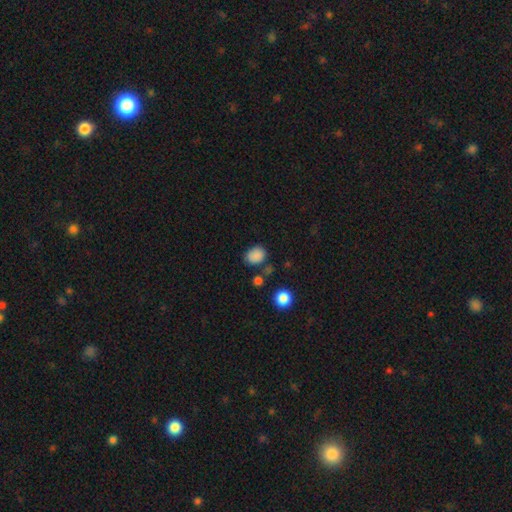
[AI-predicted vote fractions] smooth_or_featured: smooth (p=0.86) [alt: star or artifact p=0.11]
how_rounded: in between (p=0.51) [alt: round p=0.48]
merging: none (p=0.73) [alt: minor disturbance p=0.17]